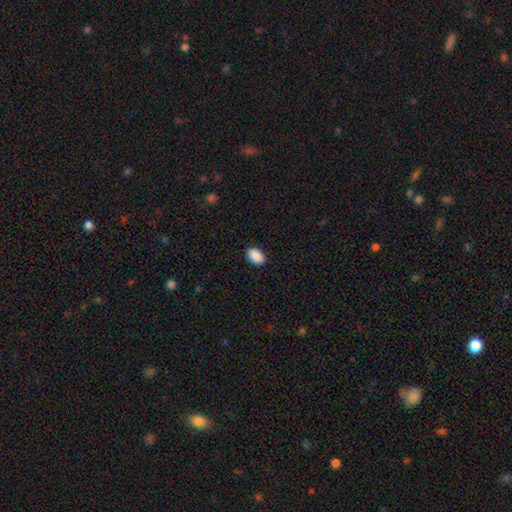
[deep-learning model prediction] This is clearly a smooth galaxy (91%). How rounded: clearly in between (90%). Merging: clearly none (90%).